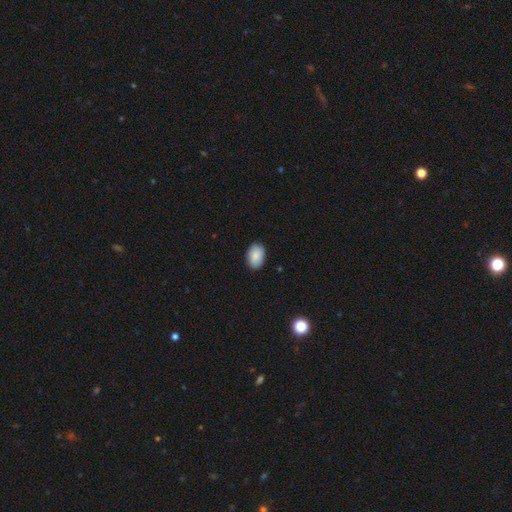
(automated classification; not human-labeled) A smooth galaxy with no disk features (88%) that is in between round and cigar-shaped (89%).

Vote fractions:
- Smooth or featured? smooth: 88% / star or artifact: 7% / featured or disk: 5%
- How rounded? in between: 89% / round: 10% / cigar-shaped: 1%
- Merging? none: 88% / minor disturbance: 9% / major disturbance: 2% / merger: 1%